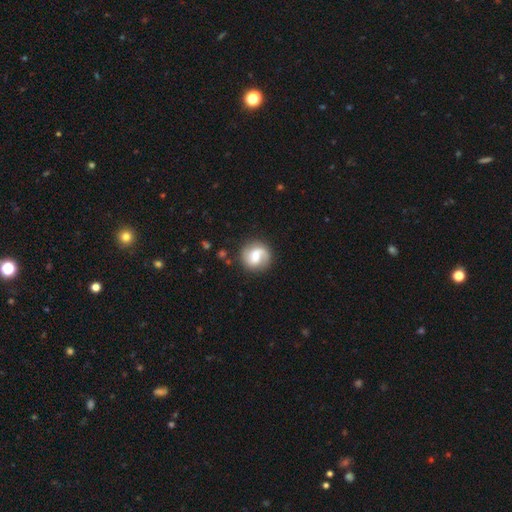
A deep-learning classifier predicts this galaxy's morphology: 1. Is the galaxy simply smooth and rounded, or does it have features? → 64% featured or disk, 29% smooth, 7% star or artifact.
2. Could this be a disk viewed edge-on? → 98% no, 2% yes.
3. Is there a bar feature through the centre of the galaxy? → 47% weak, 41% no, 12% strong.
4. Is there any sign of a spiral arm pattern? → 90% yes, 10% no.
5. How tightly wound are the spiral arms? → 42% medium, 33% loose, 24% tight.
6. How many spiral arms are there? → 63% 2, 29% 1, 6% can't tell, 1% 3, 1% 4, 1% more than 4.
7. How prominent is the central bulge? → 57% moderate, 30% small, 9% large, 3% none, 2% dominant.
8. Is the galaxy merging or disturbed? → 80% none, 13% minor disturbance, 5% major disturbance, 2% merger.